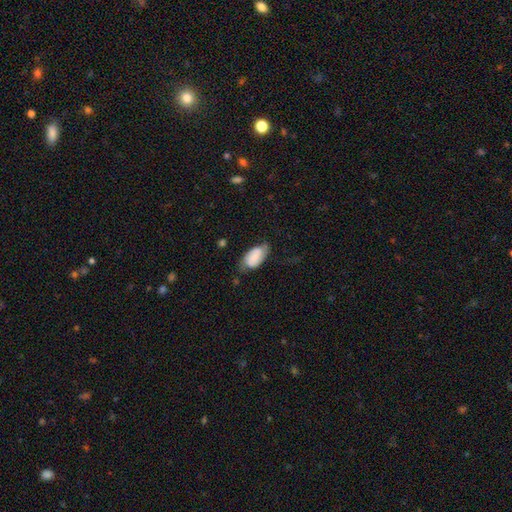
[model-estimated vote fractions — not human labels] smooth_or_featured: smooth (p=0.54) [alt: featured or disk p=0.38]
how_rounded: in between (p=0.94) [alt: round p=0.03]
merging: none (p=0.62) [alt: minor disturbance p=0.27]